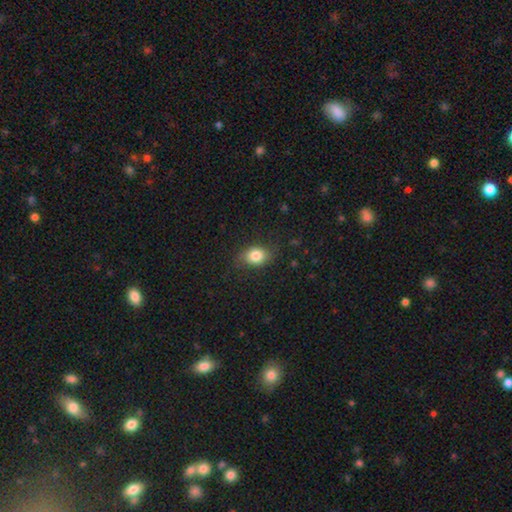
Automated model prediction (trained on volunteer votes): Q: Smooth or featured?
A: smooth (82%); runner-up: star or artifact (9%)
Q: How rounded?
A: in between (68%); runner-up: round (31%)
Q: Merging?
A: none (77%); runner-up: minor disturbance (17%)